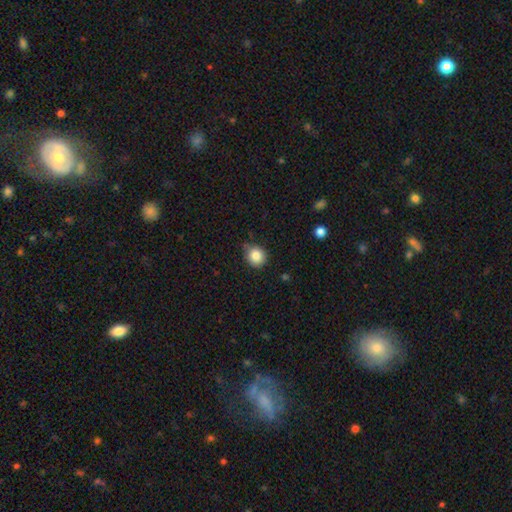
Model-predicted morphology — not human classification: A smooth galaxy with no disk features (84%) that is round (87%). Merging: none (77%).